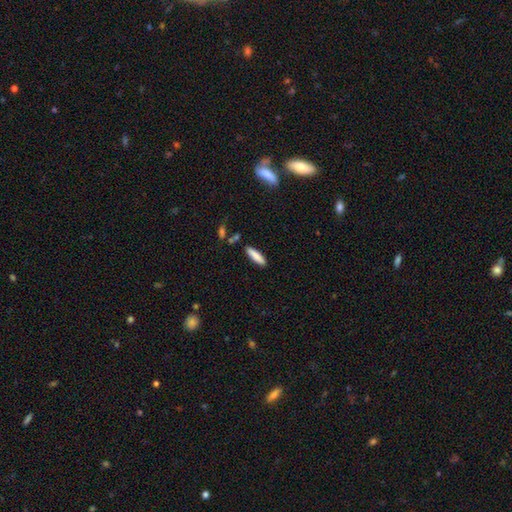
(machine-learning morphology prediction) Overall: smooth (85%). How rounded: cigar-shaped (71%). Merging: none (86%).